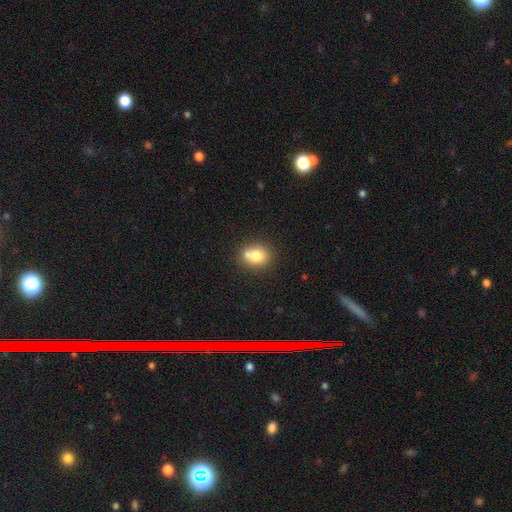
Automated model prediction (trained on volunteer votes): Smooth or featured? smooth (74%)
How rounded? round (64%)
Merging? none (50%)